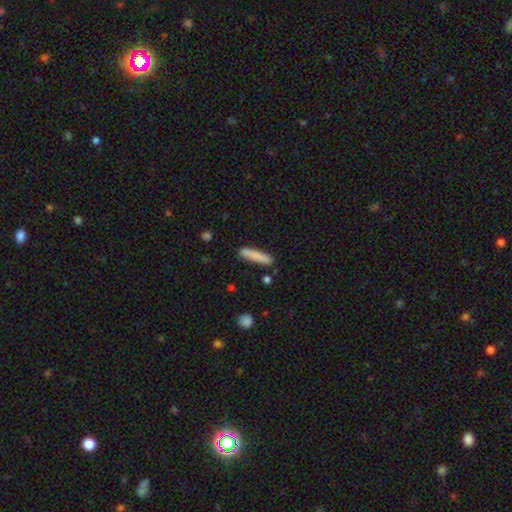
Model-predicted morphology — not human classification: A smooth galaxy with no disk features (83%) that is cigar-shaped (89%).

Vote fractions:
- Smooth or featured? smooth: 83% / featured or disk: 10% / star or artifact: 6%
- How rounded? cigar-shaped: 89% / in between: 9% / round: 1%
- Merging? none: 84% / minor disturbance: 11% / merger: 3% / major disturbance: 2%